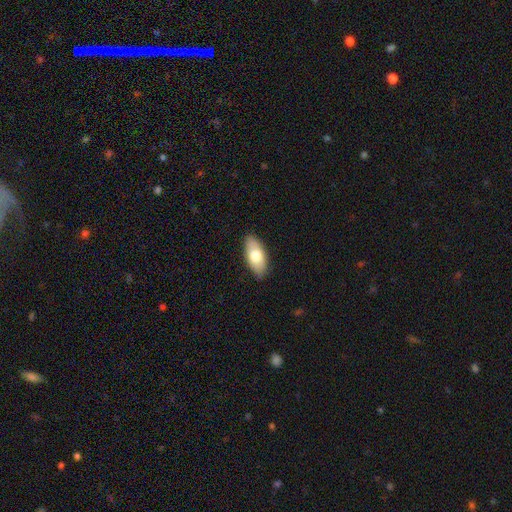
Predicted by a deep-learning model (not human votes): Overall: smooth (73%). How rounded: in between (90%). Merging: none (86%).